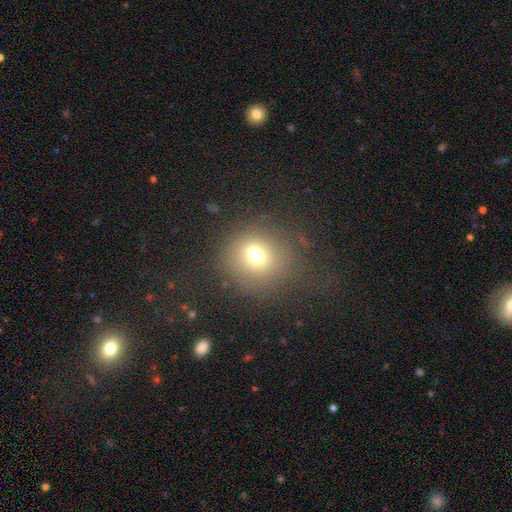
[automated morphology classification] Overall: smooth (66%). How rounded: round (84%). Merging: none (55%; merger 22%).